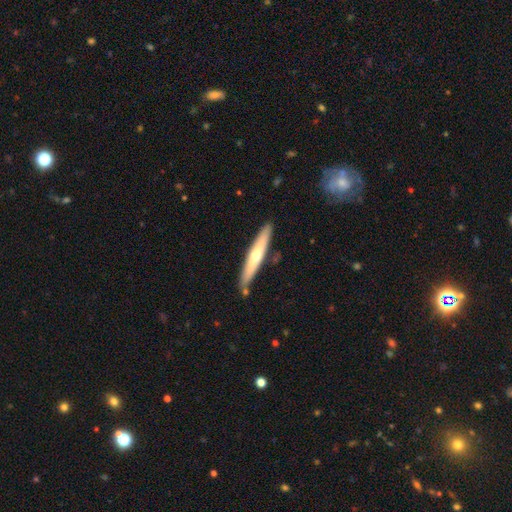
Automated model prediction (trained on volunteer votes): Smooth or featured: smooth — 48% (featured or disk — 46%)
Merging: none — 85% (minor disturbance — 10%)